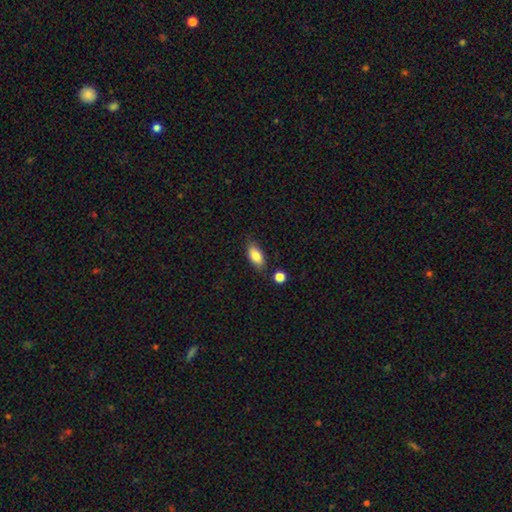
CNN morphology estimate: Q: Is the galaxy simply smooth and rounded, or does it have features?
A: smooth — 81%.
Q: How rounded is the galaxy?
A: in between — 87%.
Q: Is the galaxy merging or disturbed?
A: none — 78%.